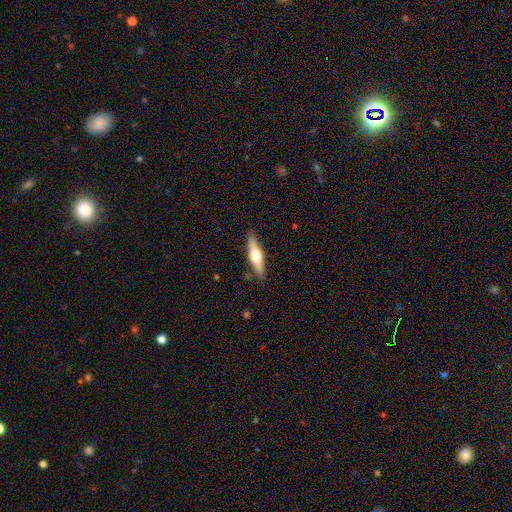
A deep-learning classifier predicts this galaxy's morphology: A featured or disk galaxy (53%) viewed edge-on (93%). Merging: none (88%).